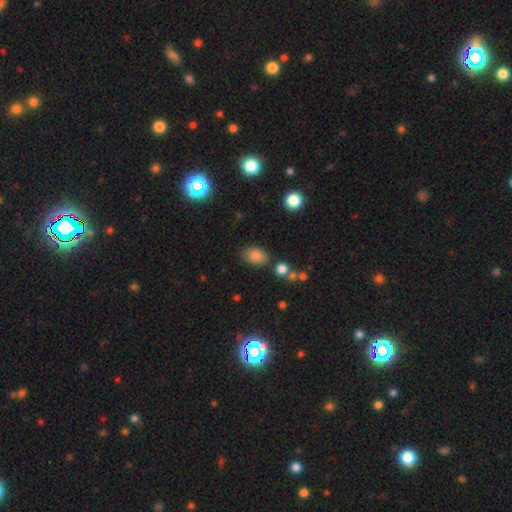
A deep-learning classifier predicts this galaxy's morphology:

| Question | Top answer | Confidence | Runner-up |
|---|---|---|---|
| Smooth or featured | smooth | 83% | star or artifact (11%) |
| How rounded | in between | 77% | round (22%) |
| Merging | none | 77% | minor disturbance (14%) |